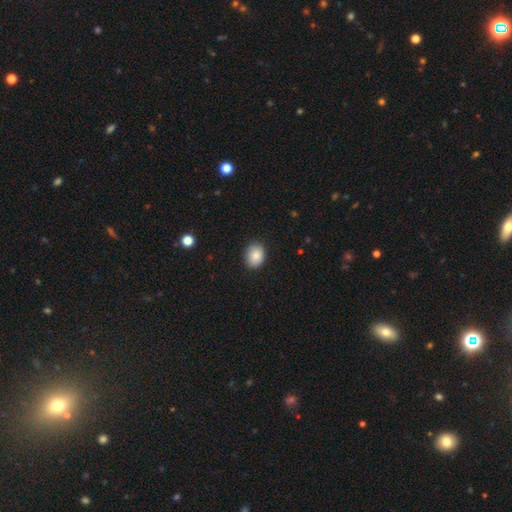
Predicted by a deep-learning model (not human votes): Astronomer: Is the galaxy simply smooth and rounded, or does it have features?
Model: smooth — 85%.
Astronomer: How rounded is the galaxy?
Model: in between — 57% (runner-up: round, 42%).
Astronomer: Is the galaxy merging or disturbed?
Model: none — 86%.